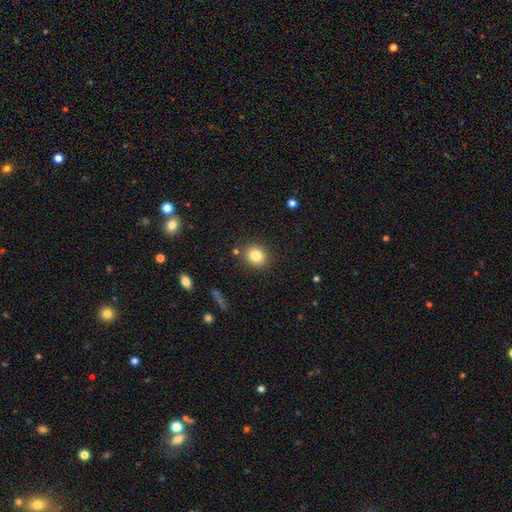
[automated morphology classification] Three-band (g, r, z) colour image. It shows a smooth galaxy with no disk features (82%) that is round (67%). Merging: none (86%).